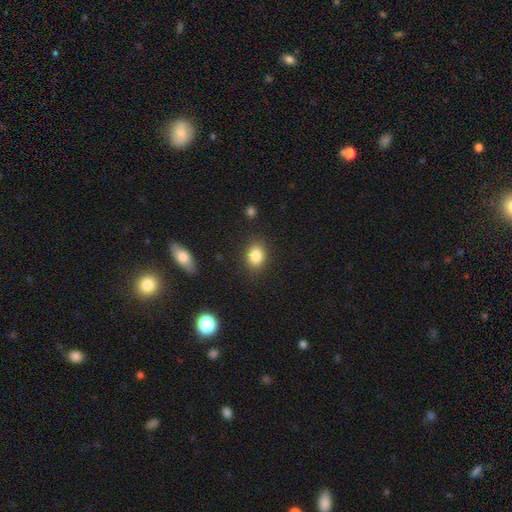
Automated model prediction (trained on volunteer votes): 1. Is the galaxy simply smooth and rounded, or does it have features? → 84% smooth, 10% star or artifact, 6% featured or disk.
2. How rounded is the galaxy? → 55% in between, 44% round, 1% cigar-shaped.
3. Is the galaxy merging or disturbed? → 86% none, 10% minor disturbance, 3% major disturbance, 2% merger.